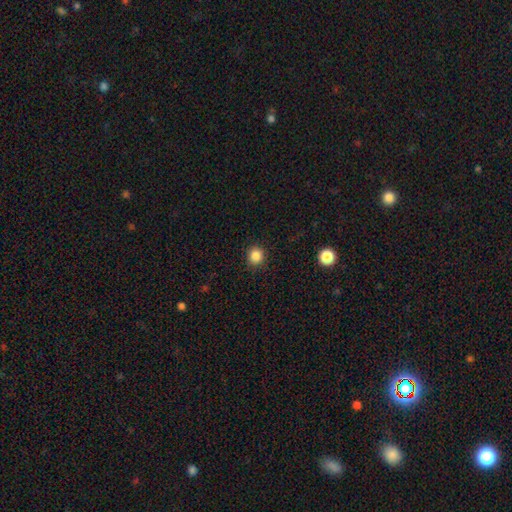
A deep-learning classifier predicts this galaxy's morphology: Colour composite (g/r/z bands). It shows a smooth galaxy with no disk features (86%) that is round (92%). Merging: none (90%).